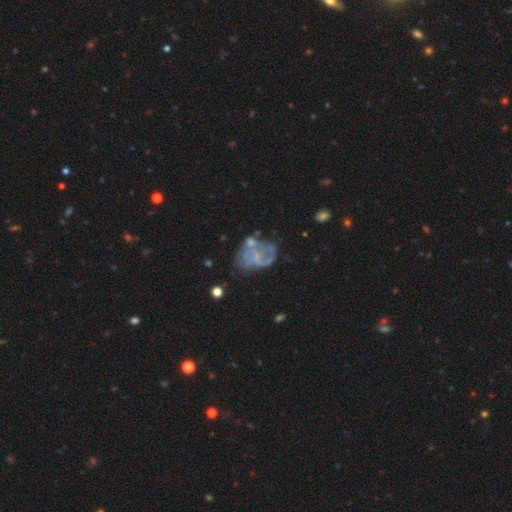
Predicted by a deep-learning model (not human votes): This is likely a featured or disk galaxy (68%). It is clearly not viewed edge-on (98%). Bar: likely no (69%). Spiral arm pattern: possibly no (56%). Central bulge: possibly none (54%). Merging: marginally none (35%).